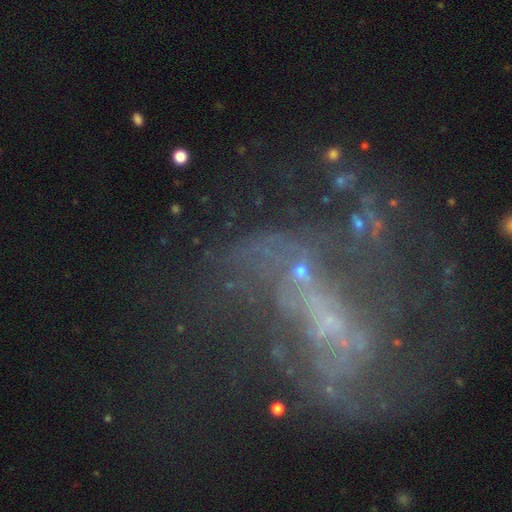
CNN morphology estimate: The model was most divided on "merging": none: 46%, major disturbance: 28%, minor disturbance: 15%, merger: 11%. More confident: edge-on disk — no (93%); smooth or featured — featured or disk (52%).